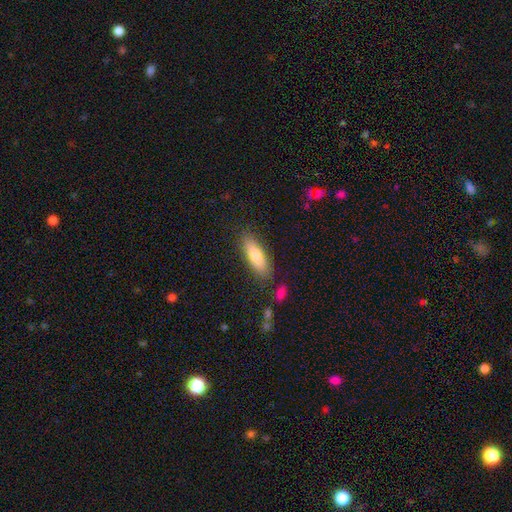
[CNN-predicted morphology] A smooth galaxy with no disk features (78%) that is in between round and cigar-shaped (53%). Merging: none (83%).